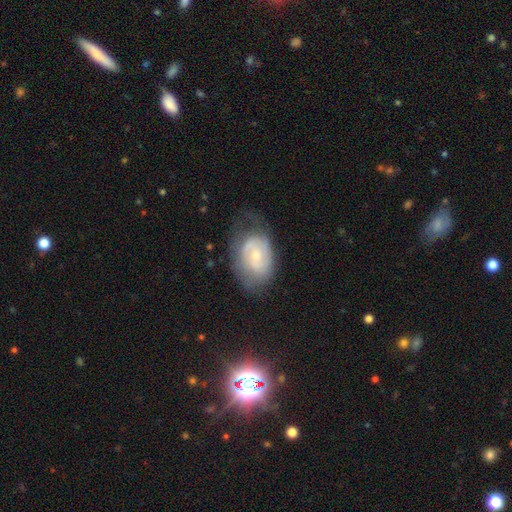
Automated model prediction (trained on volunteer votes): This appears to be a featured or disk galaxy (57%) with no bar (69%), spiral arms (67%) and a small central bulge (59%). Merging: none (47%).